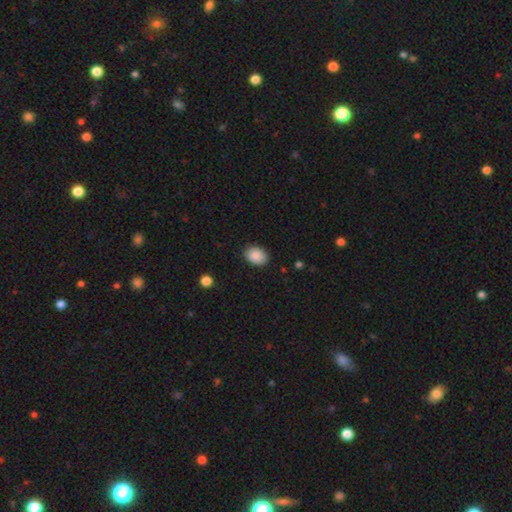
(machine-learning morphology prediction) smooth_or_featured: smooth (p=0.89) [alt: star or artifact p=0.07]
how_rounded: in between (p=0.79) [alt: round p=0.20]
merging: none (p=0.87) [alt: minor disturbance p=0.09]